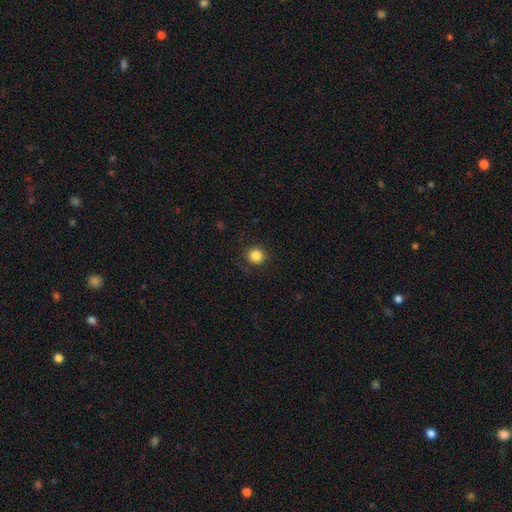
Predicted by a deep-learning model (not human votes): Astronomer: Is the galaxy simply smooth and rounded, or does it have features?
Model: smooth — 85%.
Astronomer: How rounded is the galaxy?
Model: round — 94%.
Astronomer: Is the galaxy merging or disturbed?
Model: none — 88%.